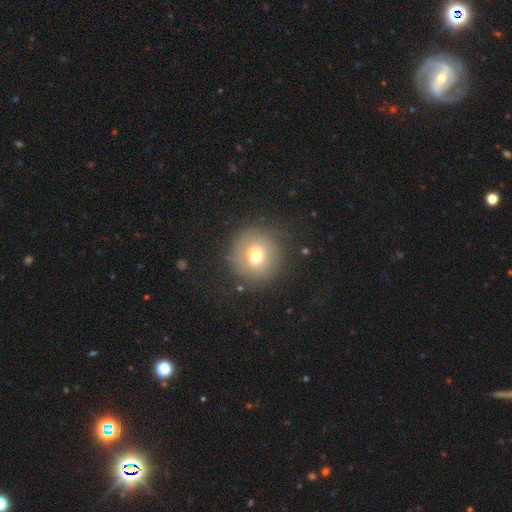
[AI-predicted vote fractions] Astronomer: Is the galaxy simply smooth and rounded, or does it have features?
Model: smooth — 69%.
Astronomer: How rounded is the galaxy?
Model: round — 93%.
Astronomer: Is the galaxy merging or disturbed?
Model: none — 83%.